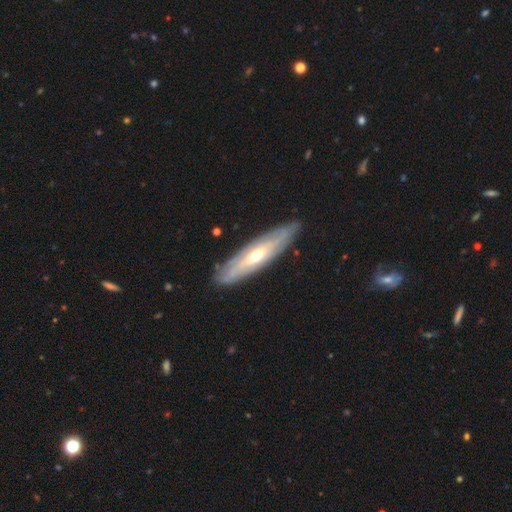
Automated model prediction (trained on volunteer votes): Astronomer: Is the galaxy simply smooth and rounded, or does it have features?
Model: featured or disk — 70%.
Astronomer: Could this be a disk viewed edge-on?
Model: no — 57% (runner-up: yes, 43%).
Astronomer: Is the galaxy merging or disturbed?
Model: none — 83%.